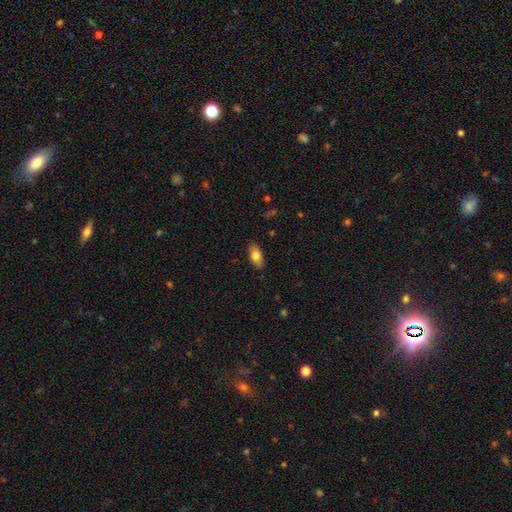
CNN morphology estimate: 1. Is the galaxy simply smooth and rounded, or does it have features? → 78% smooth, 15% featured or disk, 7% star or artifact.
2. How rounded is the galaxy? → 88% in between, 8% cigar-shaped, 3% round.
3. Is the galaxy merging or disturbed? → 87% none, 10% minor disturbance, 2% major disturbance, 1% merger.